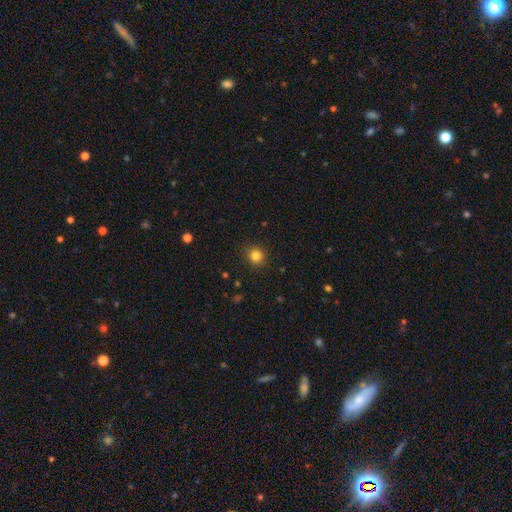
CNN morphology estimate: smooth_or_featured: smooth (p=0.83) [alt: star or artifact p=0.12]
how_rounded: round (p=0.89) [alt: in between p=0.10]
merging: none (p=0.90) [alt: minor disturbance p=0.07]